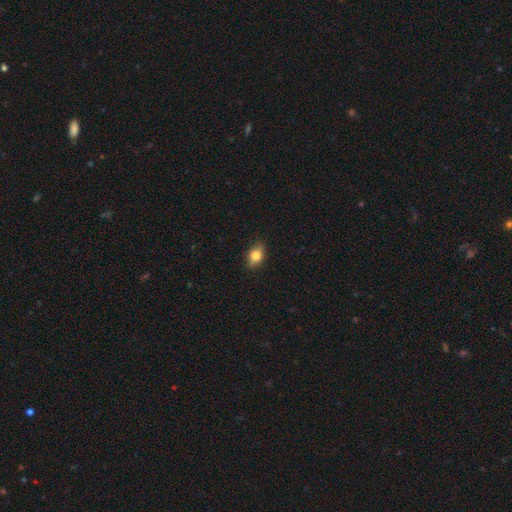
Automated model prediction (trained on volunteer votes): This is likely a smooth galaxy (73%). How rounded: likely in between (78%). Merging: clearly none (85%).